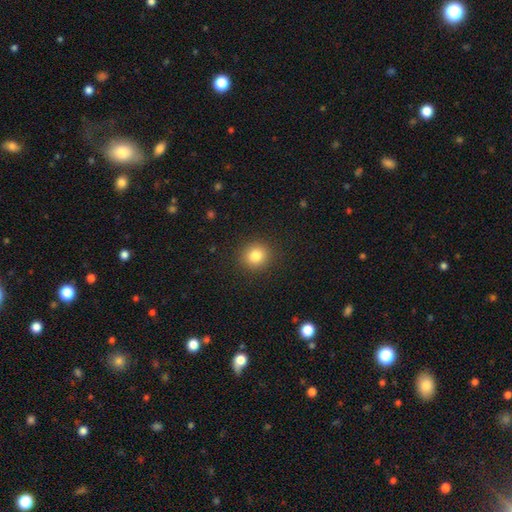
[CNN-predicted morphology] A smooth galaxy with no disk features (82%) that is round (89%).

Vote fractions:
- Smooth or featured? smooth: 82% / star or artifact: 11% / featured or disk: 6%
- How rounded? round: 89% / in between: 10% / cigar-shaped: 1%
- Merging? none: 90% / minor disturbance: 6% / major disturbance: 2% / merger: 1%